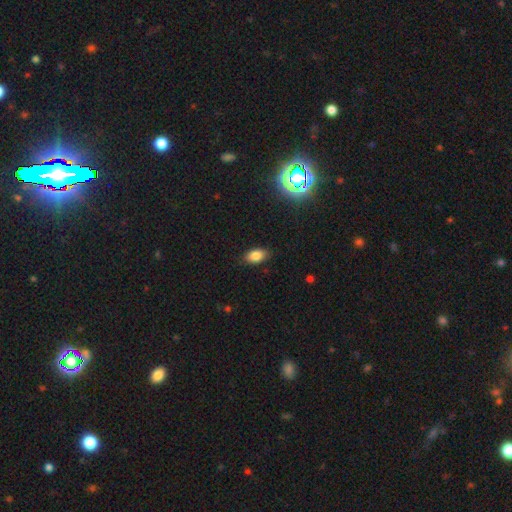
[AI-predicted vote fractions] Overall: smooth (83%). How rounded: in between (89%). Merging: none (86%).